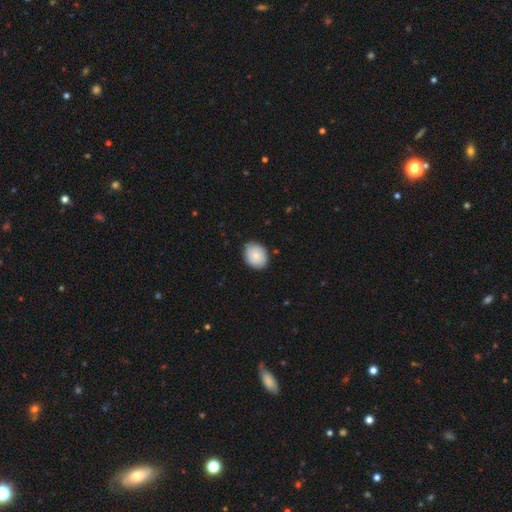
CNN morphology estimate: Smooth or featured: smooth — 77% (featured or disk — 17%)
How rounded: in between — 57% (round — 42%)
Merging: none — 83% (minor disturbance — 14%)